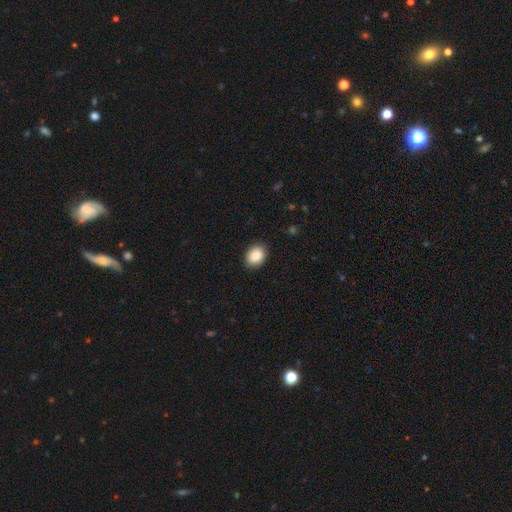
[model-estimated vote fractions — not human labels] The model was most divided on "how rounded": in between: 68%, round: 31%, cigar-shaped: 1%. More confident: smooth or featured — smooth (88%); merging — none (86%).